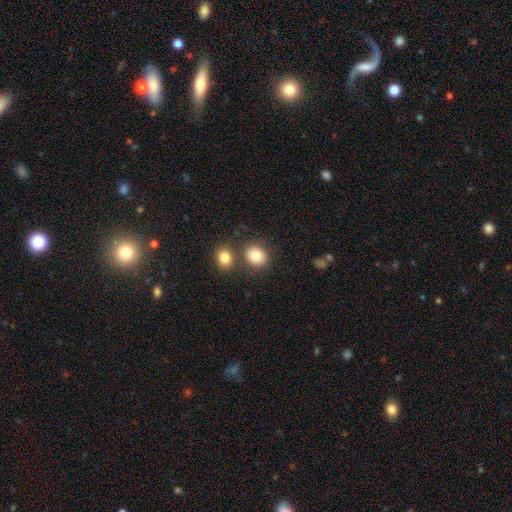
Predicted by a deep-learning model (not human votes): This appears to be a smooth galaxy with no disk features (83%) that is round (74%). Merging: none (71%).